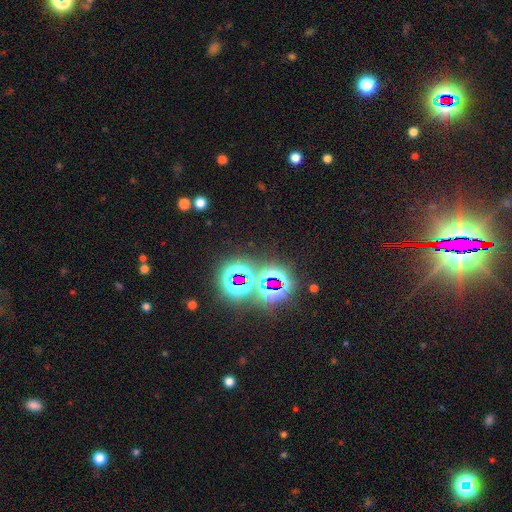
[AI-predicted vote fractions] Overall: star or artifact (78%).